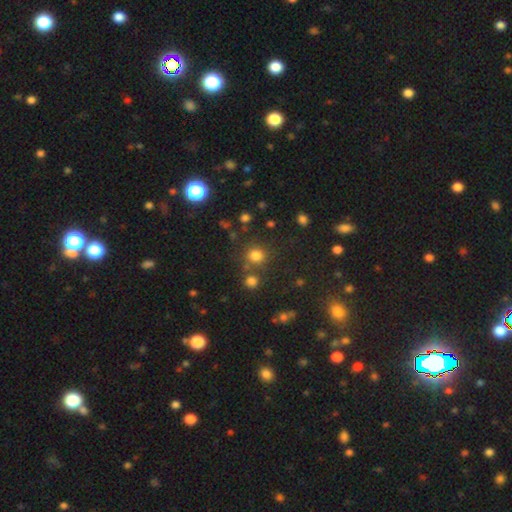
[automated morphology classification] Q: Smooth or featured?
A: smooth (77%); runner-up: star or artifact (17%)
Q: How rounded?
A: round (88%); runner-up: in between (11%)
Q: Merging?
A: none (74%); runner-up: merger (13%)